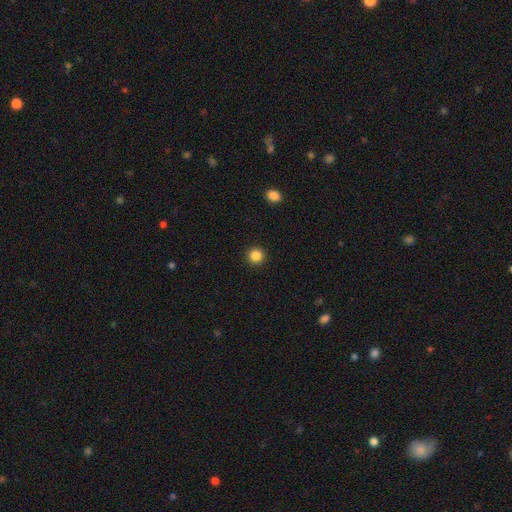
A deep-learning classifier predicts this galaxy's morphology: A smooth galaxy with no disk features (85%) that is round (95%).

Vote fractions:
- Smooth or featured? smooth: 85% / star or artifact: 11% / featured or disk: 4%
- How rounded? round: 95% / in between: 4% / cigar-shaped: 1%
- Merging? none: 93% / minor disturbance: 4% / major disturbance: 2% / merger: 1%